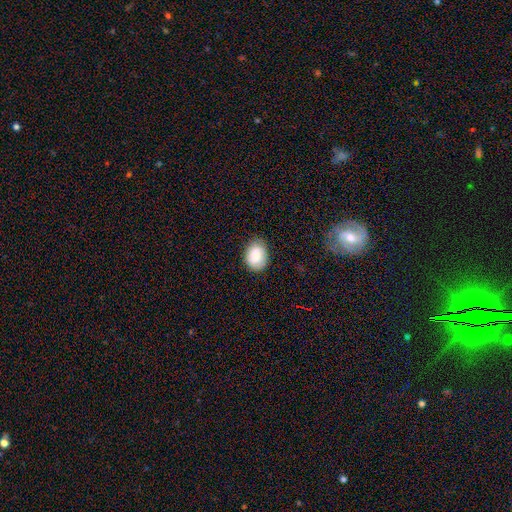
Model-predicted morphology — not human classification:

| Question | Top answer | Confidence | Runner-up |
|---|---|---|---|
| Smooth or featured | smooth | 75% | featured or disk (17%) |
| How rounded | in between | 69% | round (30%) |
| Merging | none | 80% | minor disturbance (16%) |